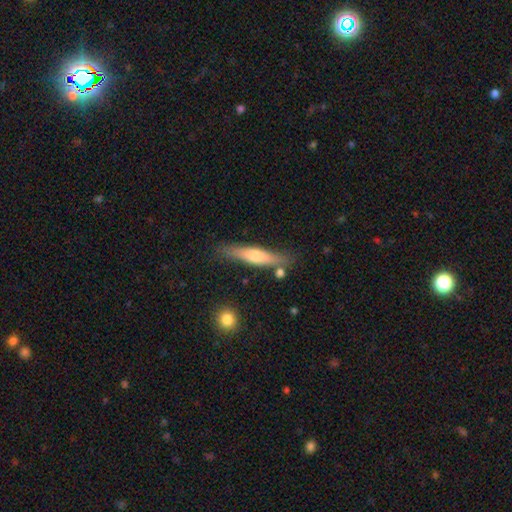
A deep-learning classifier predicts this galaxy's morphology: Smooth or featured: smooth — 54% (featured or disk — 40%)
How rounded: cigar-shaped — 83% (in between — 15%)
Merging: none — 77% (minor disturbance — 14%)